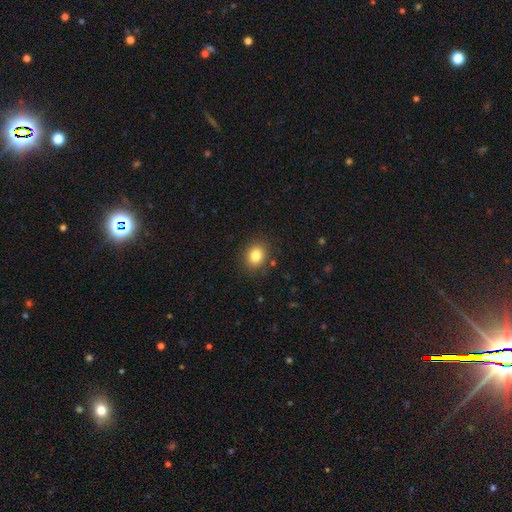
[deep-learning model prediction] Smooth or featured: smooth — 83% (star or artifact — 11%)
How rounded: round — 60% (in between — 39%)
Merging: none — 87% (minor disturbance — 9%)